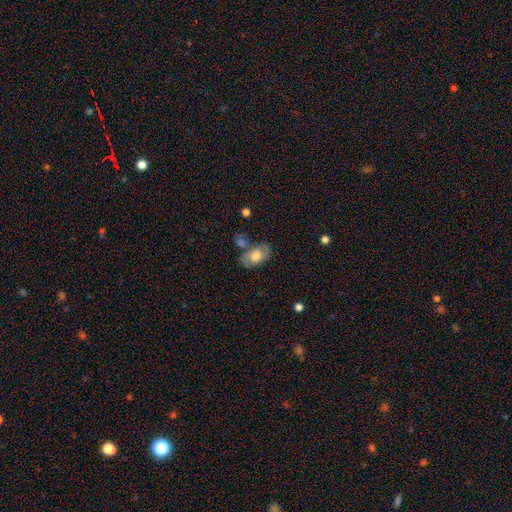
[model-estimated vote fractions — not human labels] A smooth galaxy with no disk features (50%) that is in between round and cigar-shaped (89%). Merging: none (59%).